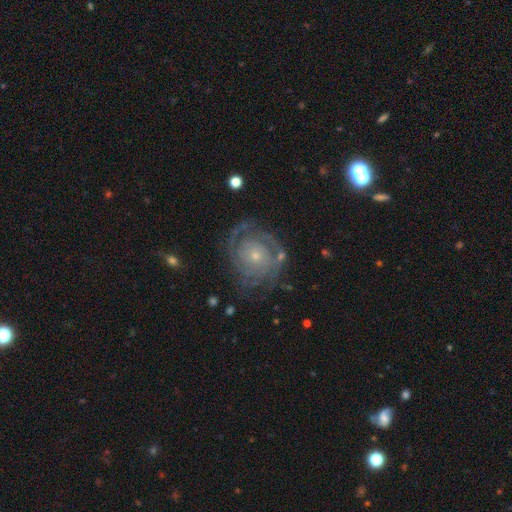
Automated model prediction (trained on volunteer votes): Smooth or featured? Predicted: featured or disk (p=0.80). Edge-on disk? Predicted: no (p=0.97). Bar? Predicted: no (p=0.82). Spiral arms? Predicted: yes (p=0.88). Spiral winding? Predicted: tight (p=0.68). Spiral arm count? Predicted: can't tell (p=0.38). Bulge size? Predicted: small (p=0.72). Merging? Predicted: none (p=0.70).